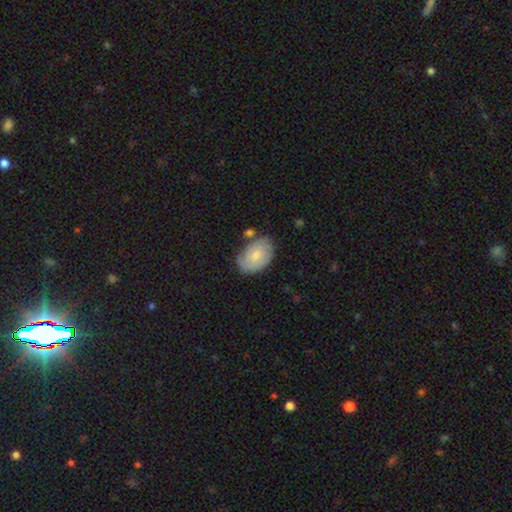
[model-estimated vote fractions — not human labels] This appears to be a smooth galaxy with no disk features (62%) that is in between round and cigar-shaped (87%). Merging: none (64%).